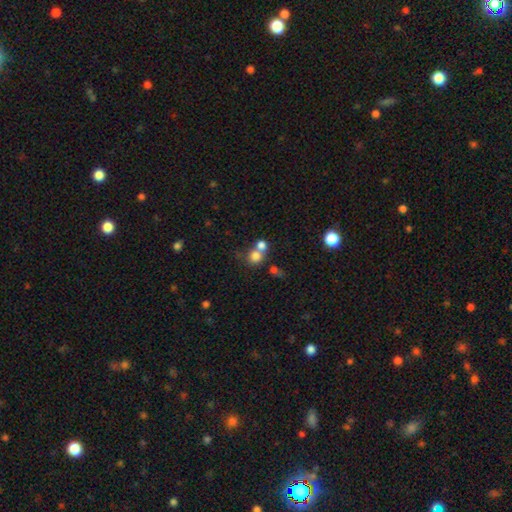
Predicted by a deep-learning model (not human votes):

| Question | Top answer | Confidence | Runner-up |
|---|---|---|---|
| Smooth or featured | smooth | 76% | star or artifact (13%) |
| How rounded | round | 84% | in between (15%) |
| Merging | merger | 48% | none (41%) |